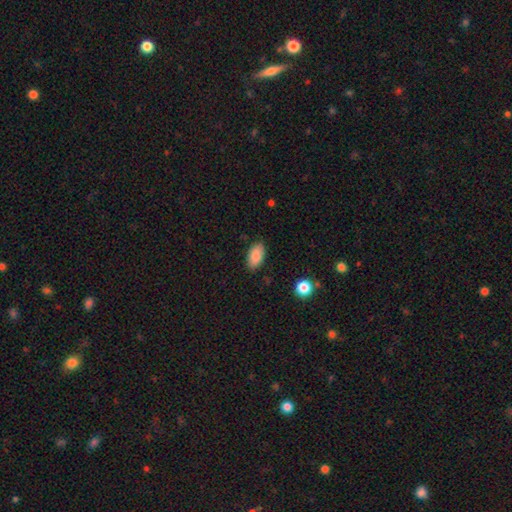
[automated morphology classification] Smooth or featured? Predicted: smooth (p=0.86). How rounded? Predicted: in between (p=0.93). Merging? Predicted: none (p=0.86).